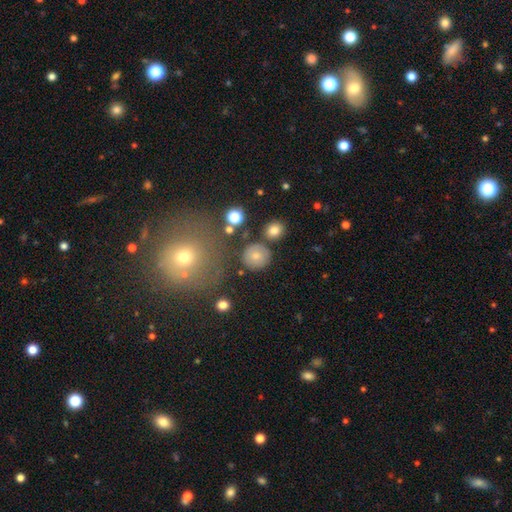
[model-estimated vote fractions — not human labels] Smooth or featured?
  - smooth: 77% *
  - featured or disk: 12%
  - star or artifact: 11%
How rounded?
  - round: 91% *
  - in between: 8%
  - cigar-shaped: 1%
Merging?
  - none: 81% *
  - minor disturbance: 10%
  - merger: 5%
  - major disturbance: 4%